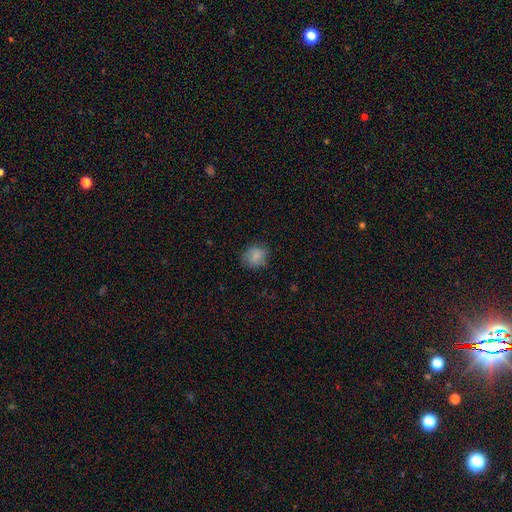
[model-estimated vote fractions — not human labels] Morphology: type=smooth (81%); roundness=round (65%); merging=none (77%).